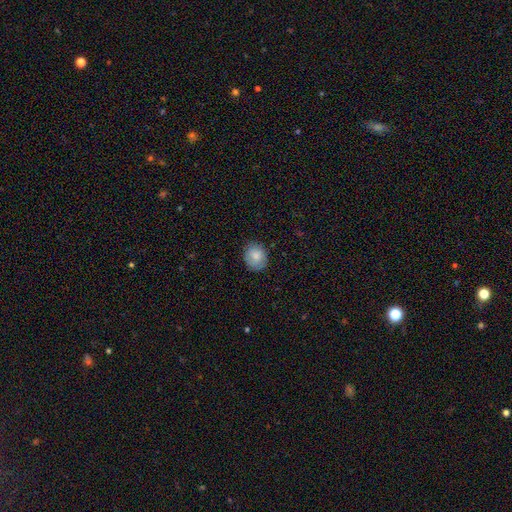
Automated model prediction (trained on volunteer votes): A smooth galaxy with no disk features (76%) that is round (67%). Merging: none (78%).